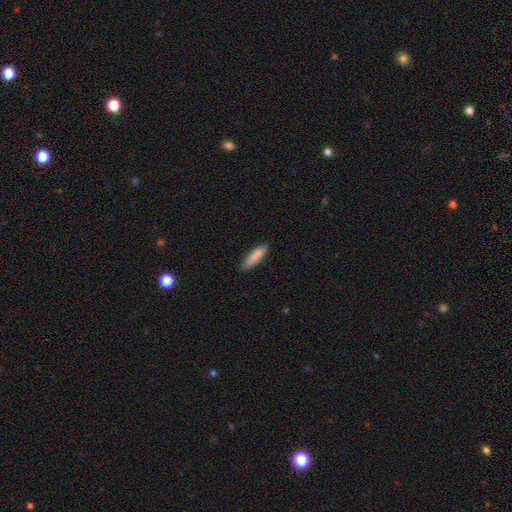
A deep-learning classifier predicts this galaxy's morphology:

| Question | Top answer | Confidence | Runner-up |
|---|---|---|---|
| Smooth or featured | smooth | 84% | featured or disk (10%) |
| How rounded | cigar-shaped | 63% | in between (36%) |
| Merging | none | 81% | minor disturbance (15%) |